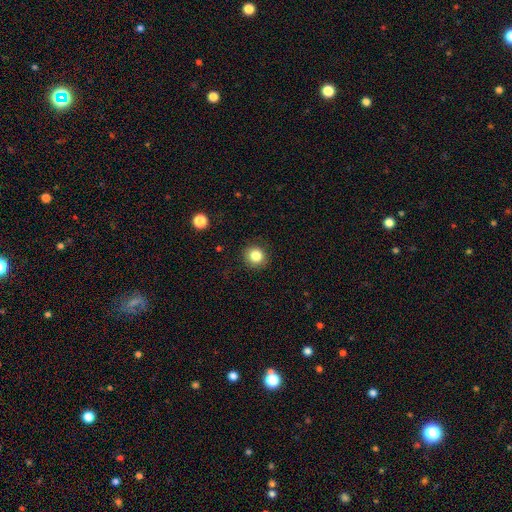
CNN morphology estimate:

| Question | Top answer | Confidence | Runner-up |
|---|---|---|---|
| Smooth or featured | smooth | 84% | star or artifact (10%) |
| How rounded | round | 89% | in between (10%) |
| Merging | none | 89% | minor disturbance (7%) |